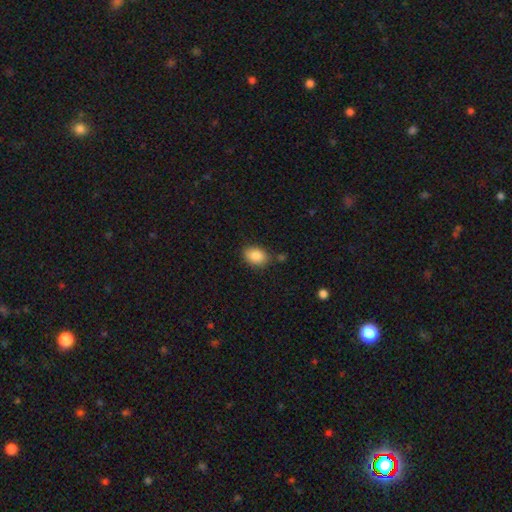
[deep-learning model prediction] The model was most divided on "how rounded": in between: 78%, round: 21%, cigar-shaped: 1%. More confident: smooth or featured — smooth (86%); merging — none (80%).